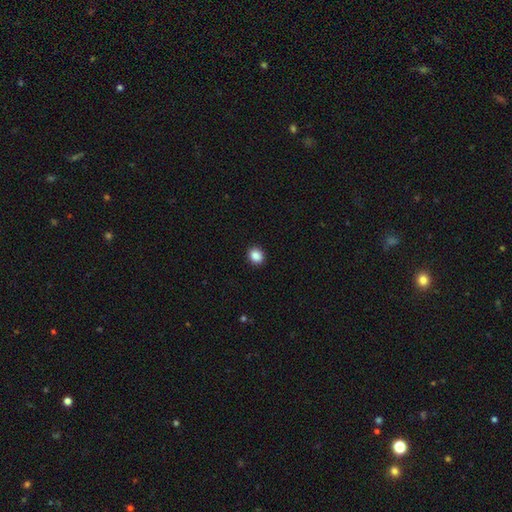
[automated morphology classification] Smooth or featured? smooth (88%)
How rounded? round (65%)
Merging? none (92%)